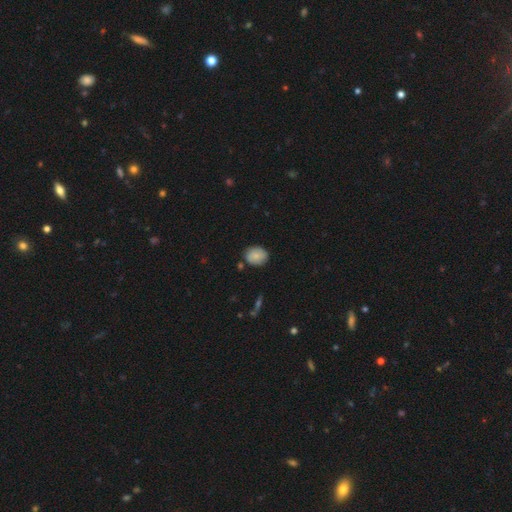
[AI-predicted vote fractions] smooth_or_featured: smooth (p=0.82) [alt: featured or disk p=0.10]
how_rounded: round (p=0.53) [alt: in between p=0.46]
merging: none (p=0.79) [alt: minor disturbance p=0.15]